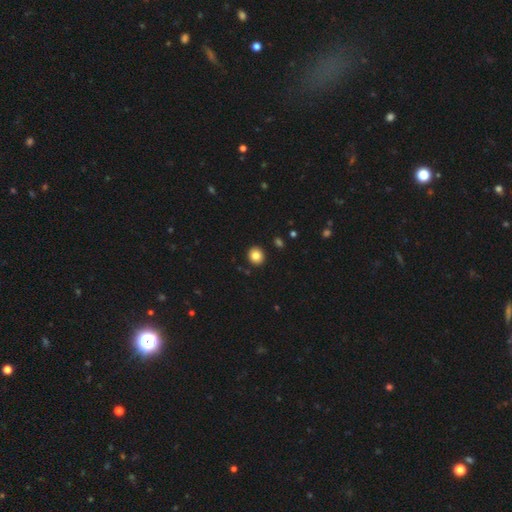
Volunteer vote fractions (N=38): Smooth or featured: smooth — 89% (featured or disk — 8%)
How rounded: round — 79% (in between — 21%)
Merging: none — 89% (minor disturbance — 5%)